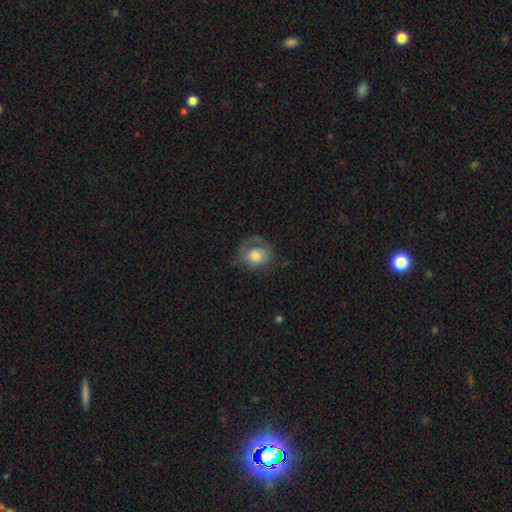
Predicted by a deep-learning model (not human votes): smooth 57%, featured or disk 36%, star or artifact 8%. Down the decision tree: how rounded — round (67%); merging — none (47%).